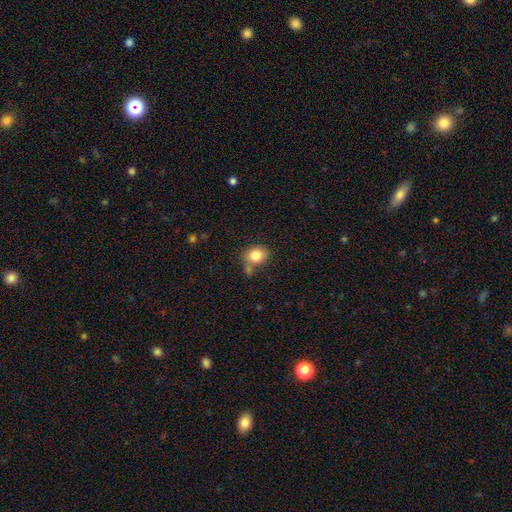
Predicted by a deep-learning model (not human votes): Smooth or featured: smooth — 83% (star or artifact — 9%)
How rounded: round — 56% (in between — 43%)
Merging: none — 57% (minor disturbance — 19%)